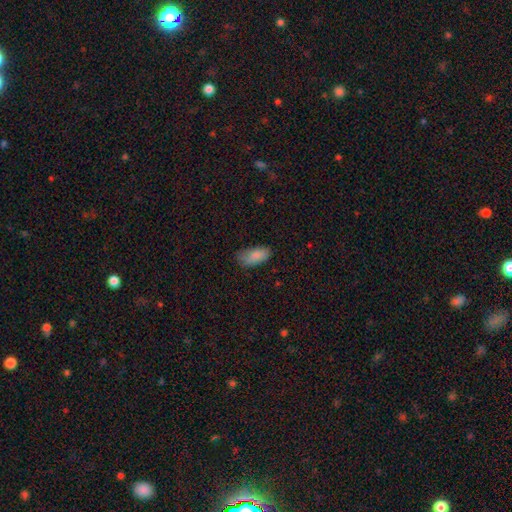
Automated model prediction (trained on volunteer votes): This is clearly a smooth galaxy (84%). How rounded: clearly in between (90%). Merging: possibly none (54%).